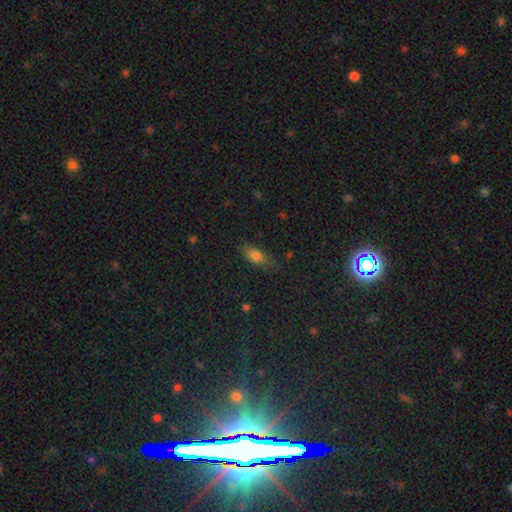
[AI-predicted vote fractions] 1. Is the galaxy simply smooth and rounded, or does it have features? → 74% smooth, 14% featured or disk, 12% star or artifact.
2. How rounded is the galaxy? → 78% in between, 16% cigar-shaped, 6% round.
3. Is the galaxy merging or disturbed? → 75% none, 19% minor disturbance, 5% major disturbance, 2% merger.